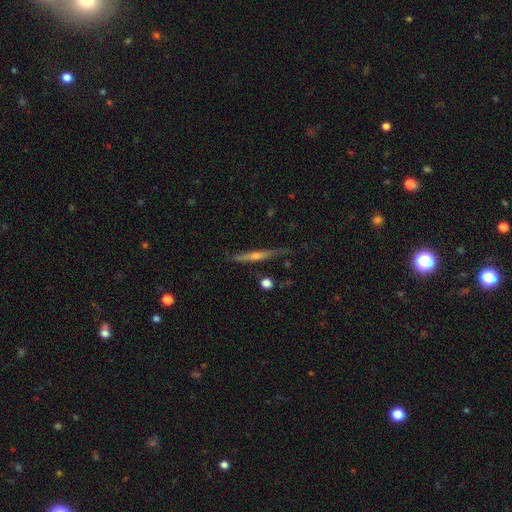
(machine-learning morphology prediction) Q: Smooth or featured?
A: featured or disk (74%); runner-up: smooth (18%)
Q: Edge-on disk?
A: yes (97%); runner-up: no (3%)
Q: Edge-on bulge?
A: rounded (81%); runner-up: none (14%)
Q: Merging?
A: none (82%); runner-up: minor disturbance (13%)